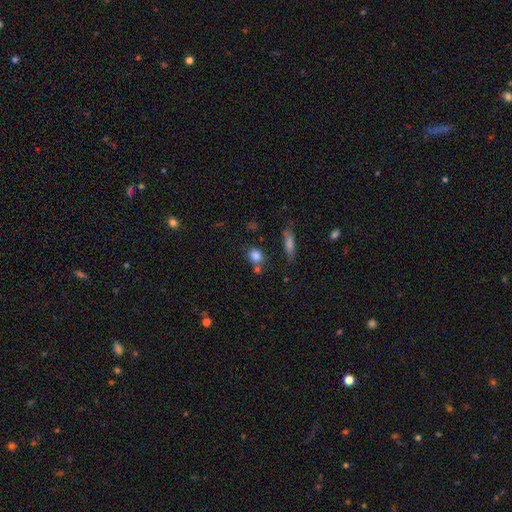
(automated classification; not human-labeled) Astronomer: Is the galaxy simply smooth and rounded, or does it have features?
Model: smooth — 82%.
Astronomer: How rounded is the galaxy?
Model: round — 66%.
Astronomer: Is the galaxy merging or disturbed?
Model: none — 64%.